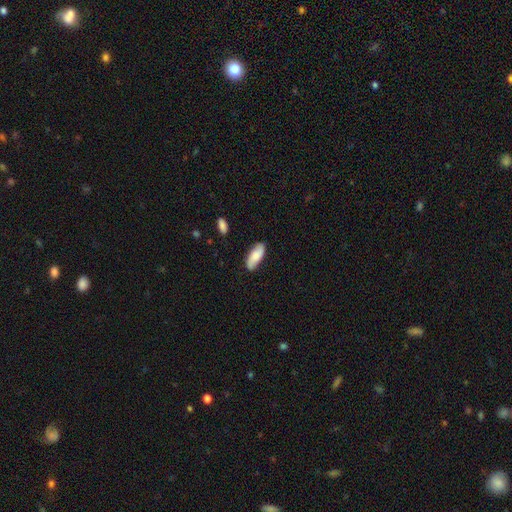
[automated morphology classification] Smooth or featured? smooth (69%)
How rounded? in between (81%)
Merging? none (82%)